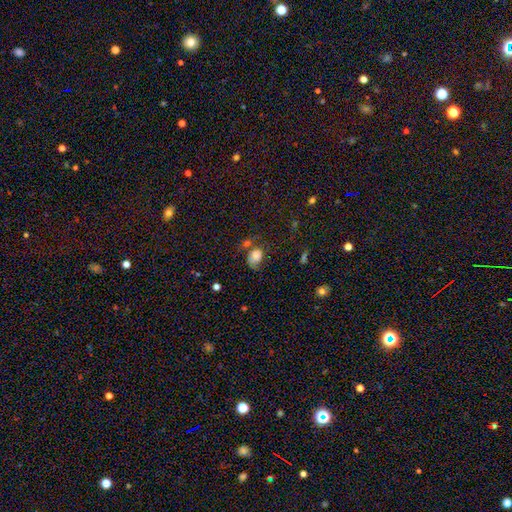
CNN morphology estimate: Smooth or featured: smooth — 71% (featured or disk — 17%)
How rounded: in between — 64% (round — 34%)
Merging: none — 36% (minor disturbance — 24%)